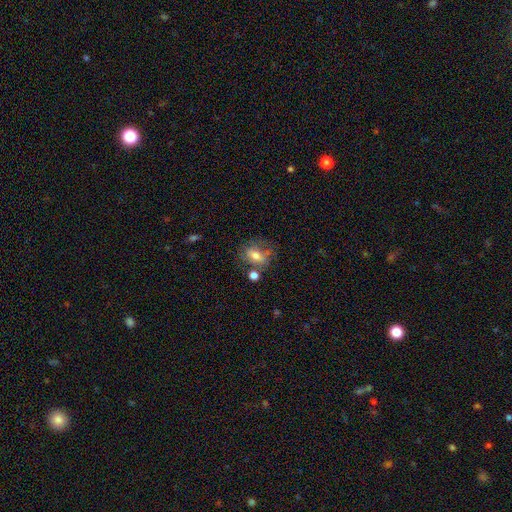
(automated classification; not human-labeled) A smooth galaxy with no disk features (60%) that is in between round and cigar-shaped (71%).

Vote fractions:
- Smooth or featured? smooth: 60% / featured or disk: 30% / star or artifact: 10%
- How rounded? in between: 71% / round: 24% / cigar-shaped: 5%
- Merging? none: 54% / minor disturbance: 20% / merger: 14% / major disturbance: 12%